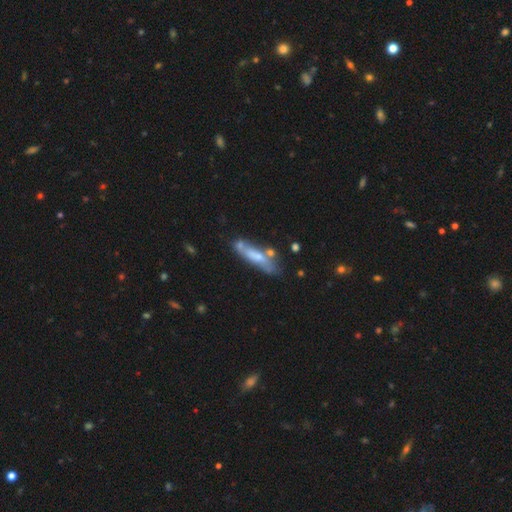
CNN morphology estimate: Overall: smooth (51%; featured or disk 42%). How rounded: cigar-shaped (72%). Merging: none (56%; minor disturbance 21%).